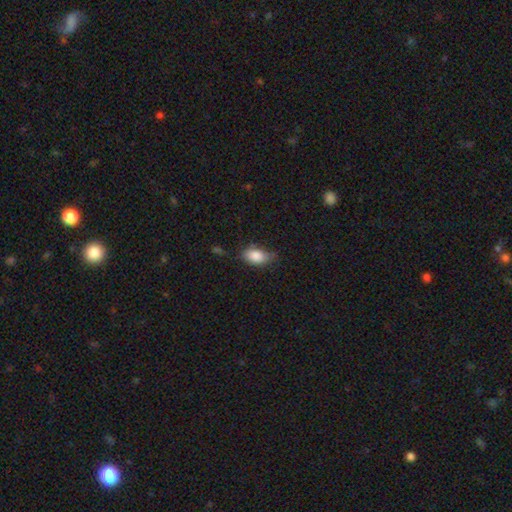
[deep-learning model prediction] The model was most divided on "merging": none: 63%, minor disturbance: 28%, major disturbance: 6%, merger: 2%. More confident: how rounded — in between (91%); smooth or featured — smooth (85%).